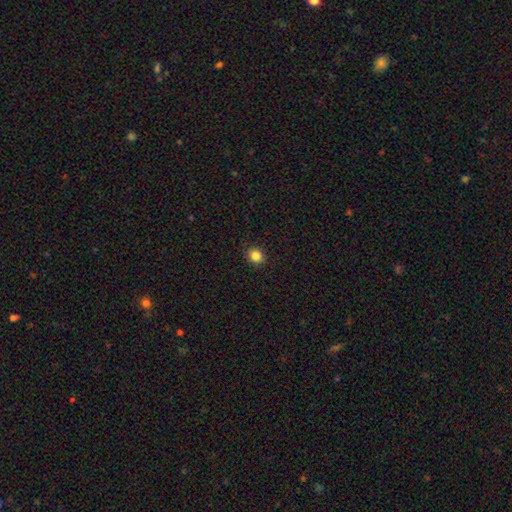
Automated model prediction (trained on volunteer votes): A smooth galaxy with no disk features (85%) that is round (75%).

Vote fractions:
- Smooth or featured? smooth: 85% / star or artifact: 11% / featured or disk: 4%
- How rounded? round: 75% / in between: 24% / cigar-shaped: 1%
- Merging? none: 91% / minor disturbance: 7% / major disturbance: 2% / merger: 1%